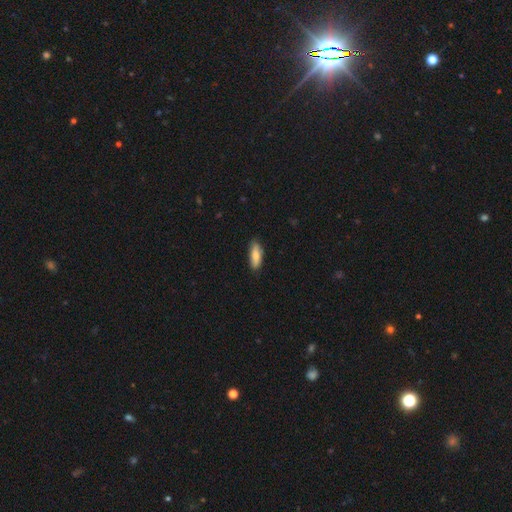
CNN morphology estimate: smooth_or_featured: smooth (p=0.78) [alt: featured or disk p=0.16]
how_rounded: in between (p=0.59) [alt: cigar-shaped p=0.39]
merging: none (p=0.83) [alt: minor disturbance p=0.13]